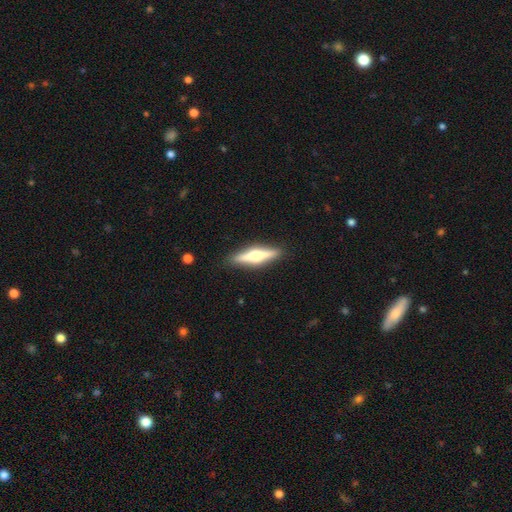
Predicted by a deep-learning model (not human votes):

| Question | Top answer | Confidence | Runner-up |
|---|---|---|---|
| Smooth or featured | featured or disk | 68% | smooth (26%) |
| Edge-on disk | yes | 97% | no (3%) |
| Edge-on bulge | rounded | 95% | boxy (3%) |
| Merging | none | 90% | minor disturbance (7%) |